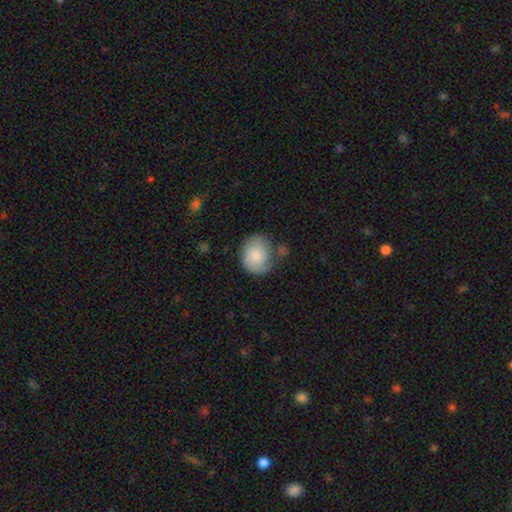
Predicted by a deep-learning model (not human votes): This appears to be a smooth galaxy with no disk features (72%) that is round (59%). Merging: none (53%).